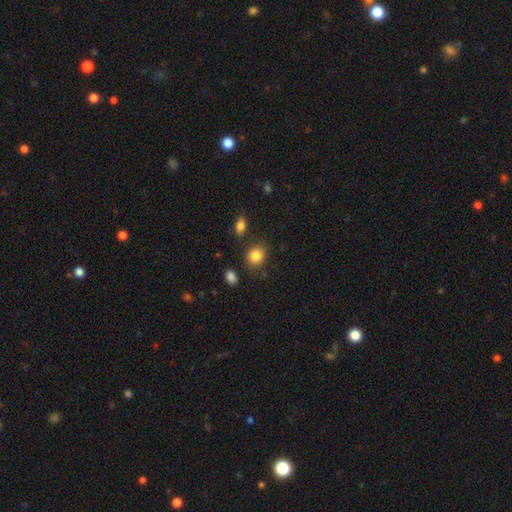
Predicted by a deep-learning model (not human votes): Smooth or featured? smooth (86%)
How rounded? round (71%)
Merging? none (77%)